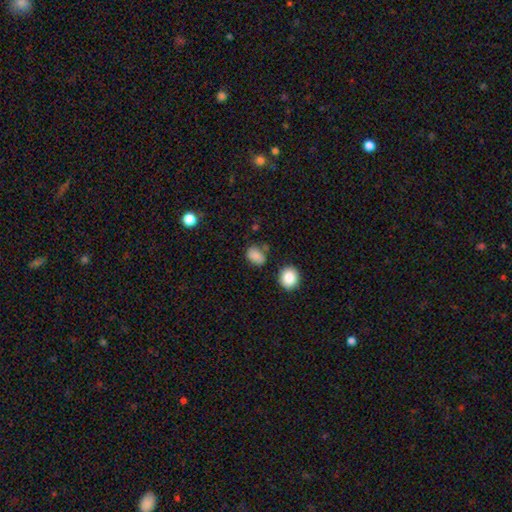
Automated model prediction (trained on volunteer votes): A smooth galaxy with no disk features (84%) that is in between round and cigar-shaped (71%).

Vote fractions:
- Smooth or featured? smooth: 84% / star or artifact: 10% / featured or disk: 6%
- How rounded? in between: 71% / round: 28% / cigar-shaped: 1%
- Merging? none: 66% / minor disturbance: 21% / merger: 7% / major disturbance: 6%